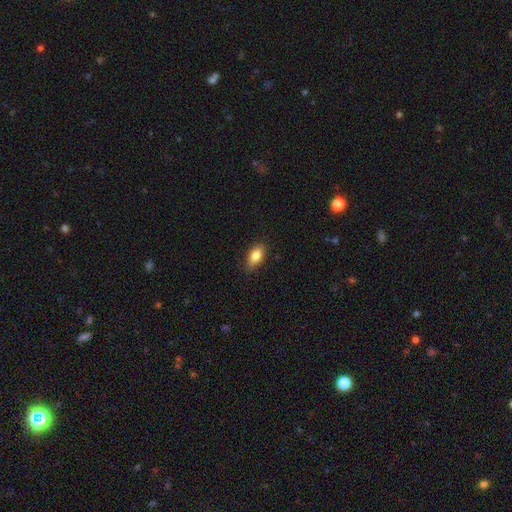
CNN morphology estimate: Q: Smooth or featured?
A: smooth (85%); runner-up: featured or disk (8%)
Q: How rounded?
A: in between (90%); runner-up: round (5%)
Q: Merging?
A: none (86%); runner-up: minor disturbance (11%)